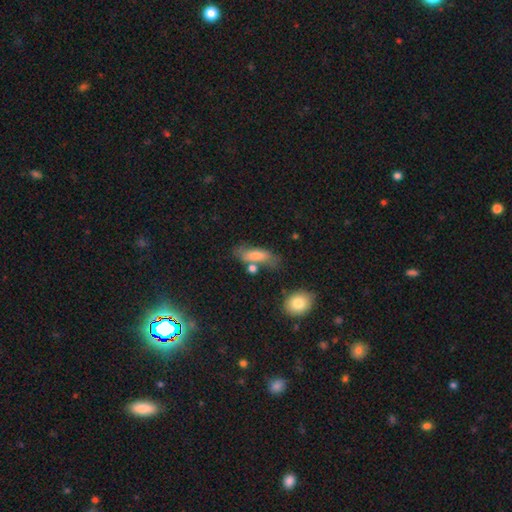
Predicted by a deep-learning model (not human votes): smooth 77%, featured or disk 15%, star or artifact 8%. Down the decision tree: how rounded — in between (60%); merging — none (52%).